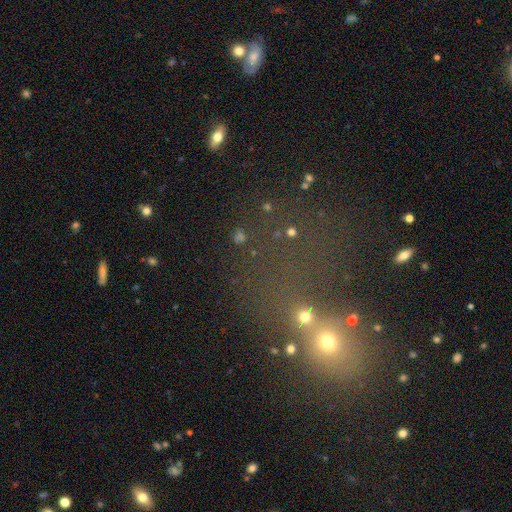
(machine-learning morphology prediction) smooth_or_featured: star or artifact (p=0.51) [alt: smooth p=0.33]